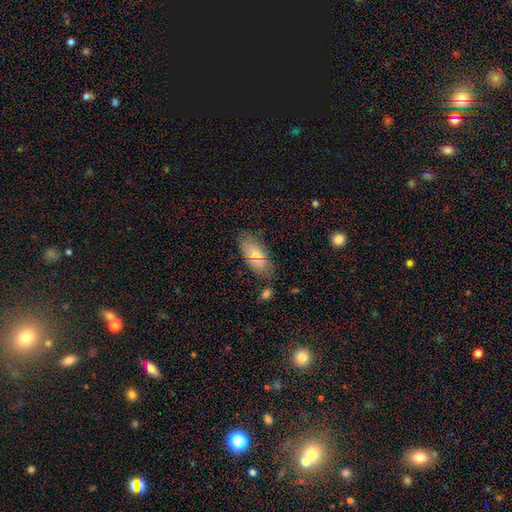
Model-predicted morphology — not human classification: Smooth or featured? smooth (67%)
How rounded? in between (85%)
Merging? none (75%)